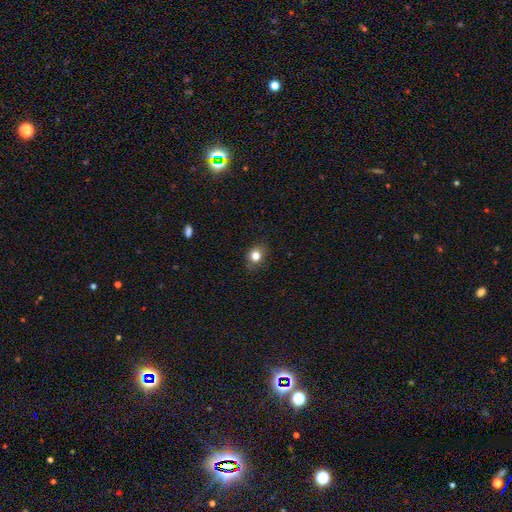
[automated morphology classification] smooth-or-featured: smooth: 80% | star or artifact: 12% | featured or disk: 8%
  how-rounded: round: 59% | in between: 40% | cigar-shaped: 1%
  merging: none: 83% | minor disturbance: 13% | major disturbance: 3% | merger: 1%